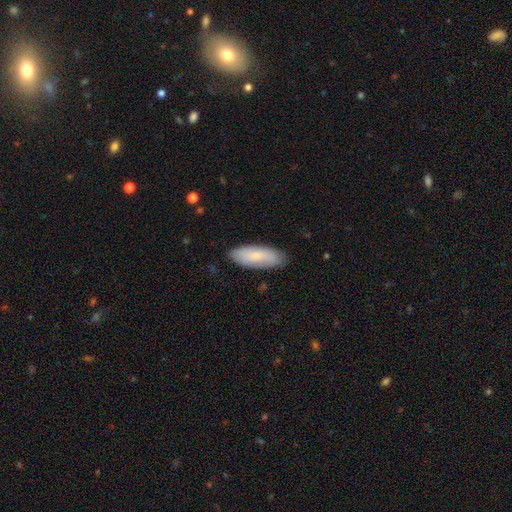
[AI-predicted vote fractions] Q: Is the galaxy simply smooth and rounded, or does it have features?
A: smooth — 75%.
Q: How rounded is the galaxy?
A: in between — 70%.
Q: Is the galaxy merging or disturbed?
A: none — 84%.